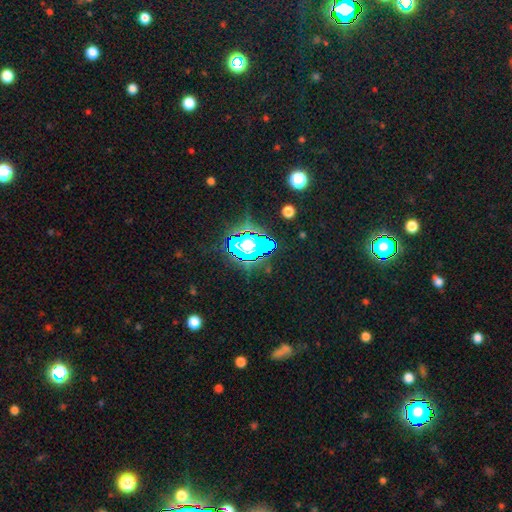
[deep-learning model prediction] A star or artifact, not a galaxy (80%).